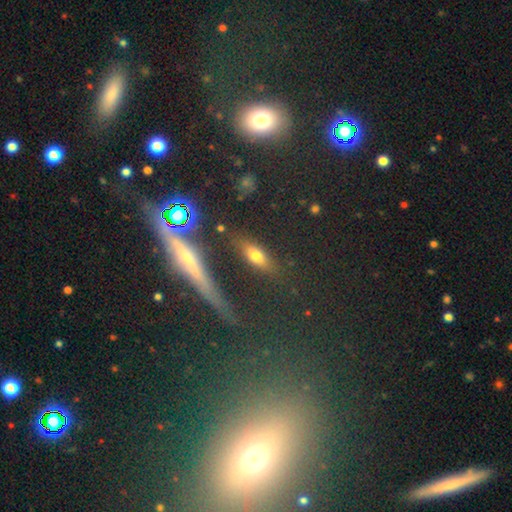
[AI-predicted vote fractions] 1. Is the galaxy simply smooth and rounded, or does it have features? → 66% smooth, 17% featured or disk, 17% star or artifact.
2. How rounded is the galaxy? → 60% in between, 28% cigar-shaped, 12% round.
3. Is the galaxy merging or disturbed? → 79% none, 12% minor disturbance, 5% major disturbance, 4% merger.